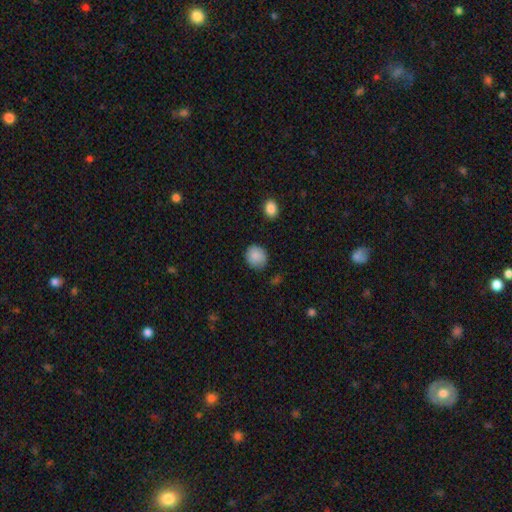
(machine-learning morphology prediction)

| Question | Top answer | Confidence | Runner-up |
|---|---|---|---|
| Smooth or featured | smooth | 88% | star or artifact (8%) |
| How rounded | round | 80% | in between (19%) |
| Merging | none | 82% | minor disturbance (13%) |